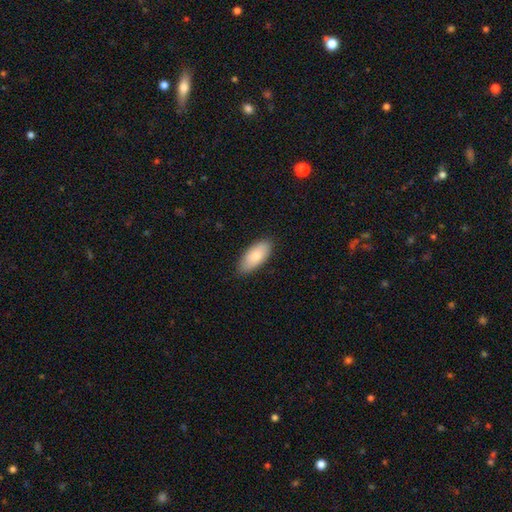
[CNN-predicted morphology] smooth 79%, featured or disk 15%, star or artifact 6%. Down the decision tree: how rounded — in between (90%); merging — none (84%).